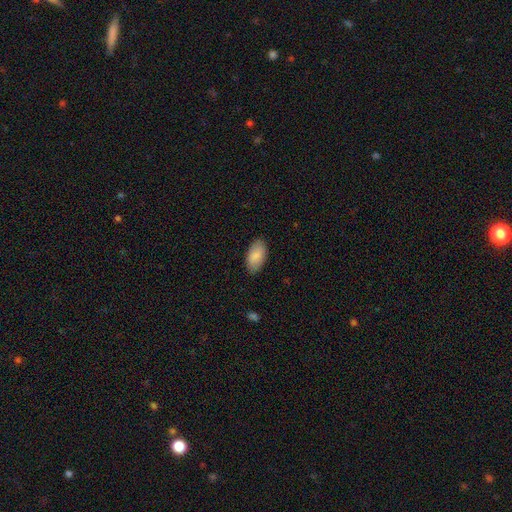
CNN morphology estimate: Q: Smooth or featured?
A: smooth (87%); runner-up: featured or disk (7%)
Q: How rounded?
A: in between (95%); runner-up: round (3%)
Q: Merging?
A: none (86%); runner-up: minor disturbance (11%)